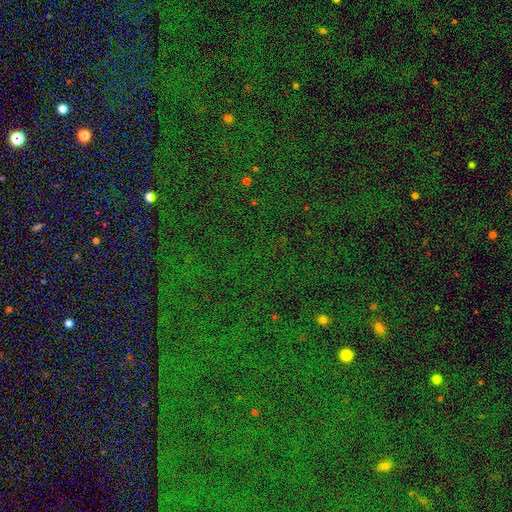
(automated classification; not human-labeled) star or artifact 81%, smooth 12%, featured or disk 8%.